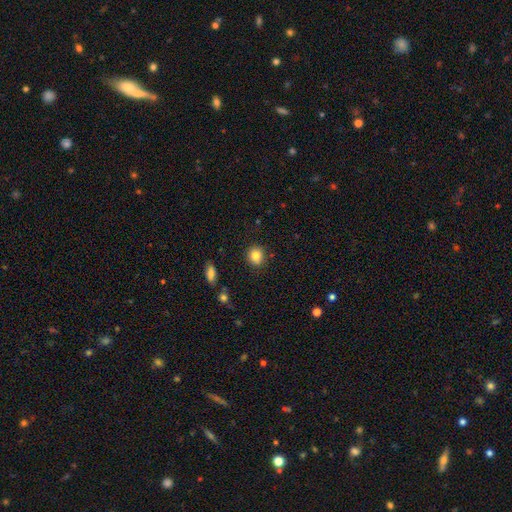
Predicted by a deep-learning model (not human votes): Smooth or featured: smooth — 84% (star or artifact — 10%)
How rounded: round — 81% (in between — 18%)
Merging: none — 88% (minor disturbance — 8%)